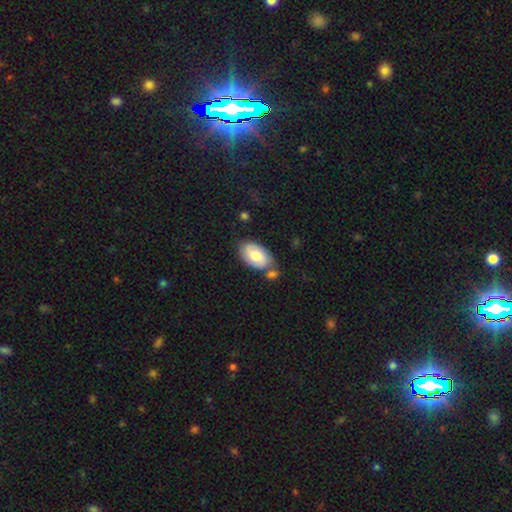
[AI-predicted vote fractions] Smooth or featured: smooth — 61% (featured or disk — 32%)
How rounded: in between — 93% (round — 6%)
Merging: none — 58% (minor disturbance — 19%)